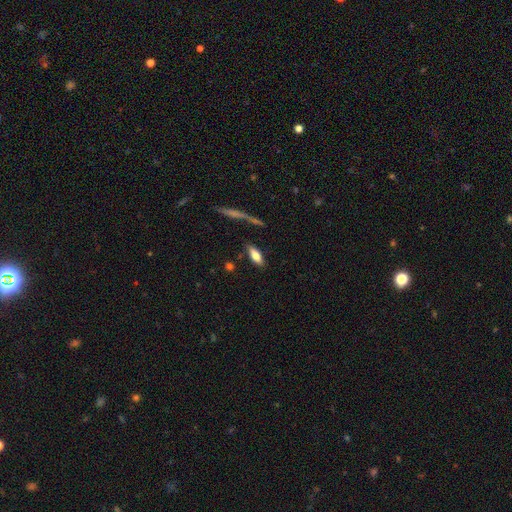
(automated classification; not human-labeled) smooth 71%, featured or disk 22%, star or artifact 7%. Down the decision tree: how rounded — in between (71%); merging — none (79%).